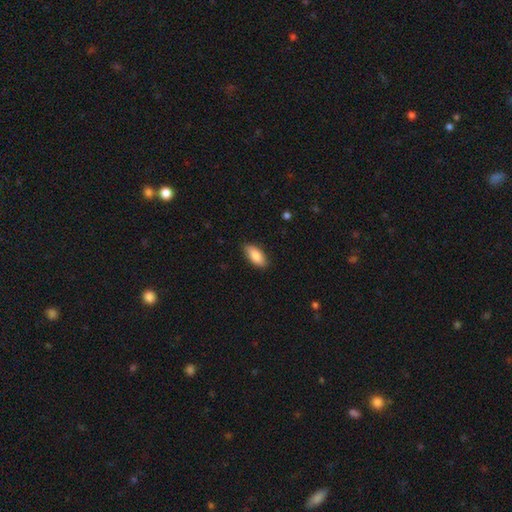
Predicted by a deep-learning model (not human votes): Morphology: type=smooth (87%); roundness=in between (87%); merging=none (87%).